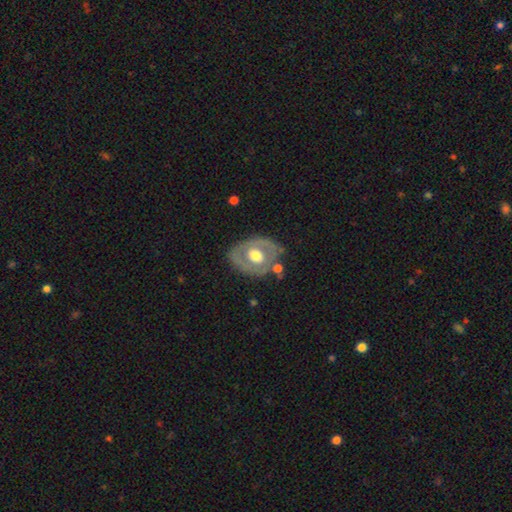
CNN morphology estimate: Smooth or featured? Predicted: featured or disk (p=0.59). Edge-on disk? Predicted: no (p=0.94). Bar? Predicted: no (p=0.78). Spiral arms? Predicted: no (p=0.76). Bulge size? Predicted: moderate (p=0.59). Merging? Predicted: none (p=0.69).